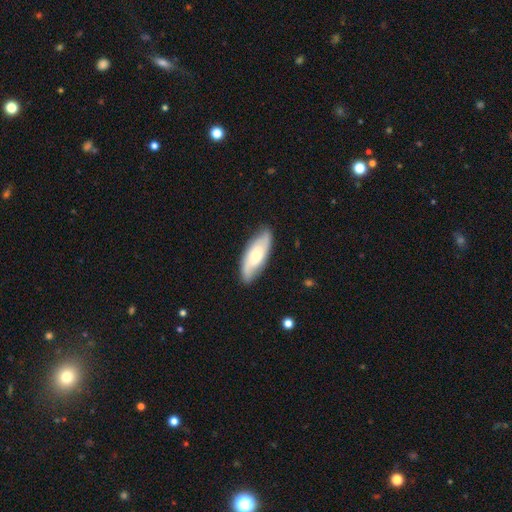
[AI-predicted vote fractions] smooth_or_featured: featured or disk (p=0.49) [alt: smooth p=0.45]
merging: none (p=0.81) [alt: minor disturbance p=0.15]